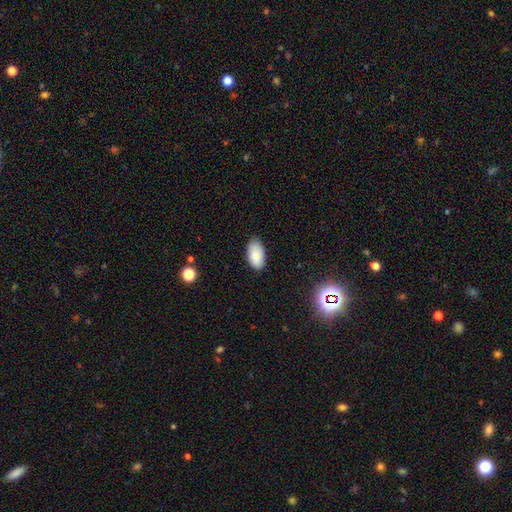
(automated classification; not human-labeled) This appears to be a smooth galaxy with no disk features (86%) that is in between round and cigar-shaped (95%). Merging: none (83%).